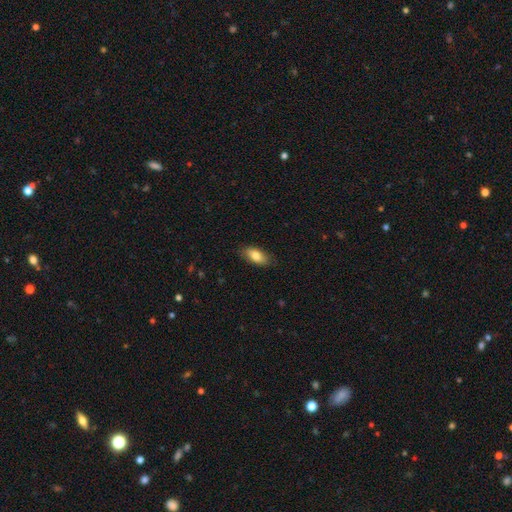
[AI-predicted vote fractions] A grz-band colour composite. It shows a smooth galaxy with no disk features (82%) that is in between round and cigar-shaped (88%). Merging: none (84%).